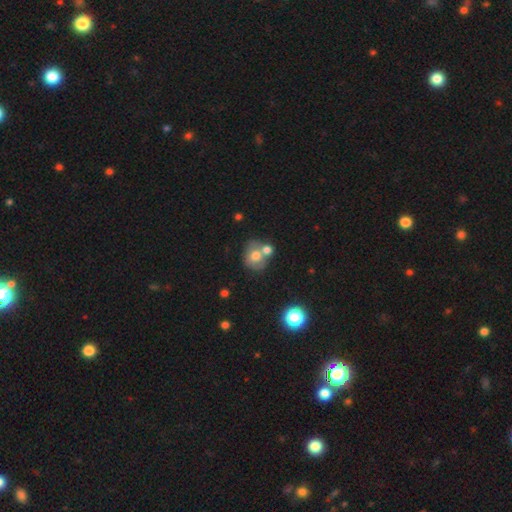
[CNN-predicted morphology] type=smooth (68%); roundness=round (70%); merging=merger (44%).